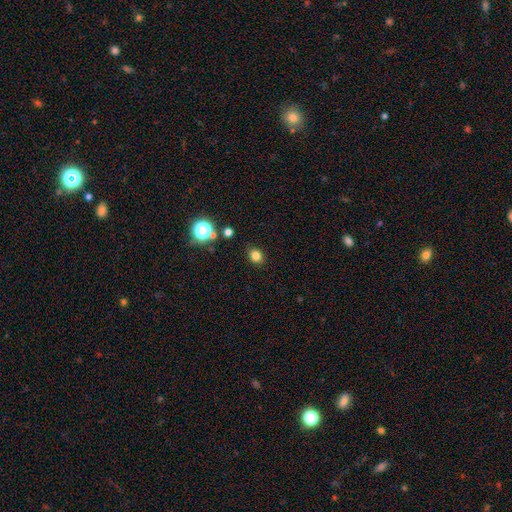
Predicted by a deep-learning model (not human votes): This is likely a smooth galaxy (79%). How rounded: possibly round (60%). Merging: clearly none (87%).